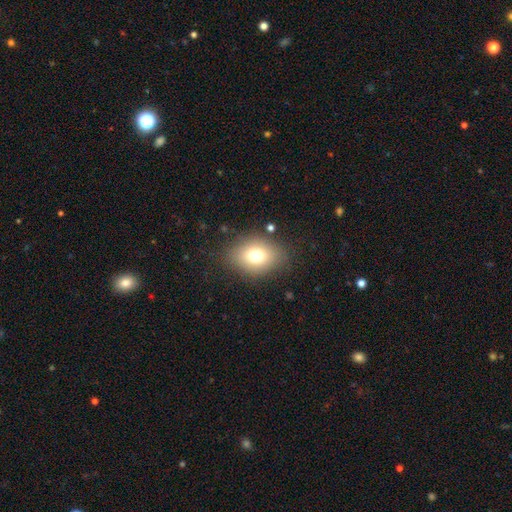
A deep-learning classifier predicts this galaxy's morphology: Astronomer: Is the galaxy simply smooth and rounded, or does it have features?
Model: smooth — 74%.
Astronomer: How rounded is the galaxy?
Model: in between — 66%.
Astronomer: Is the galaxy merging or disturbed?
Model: none — 81%.